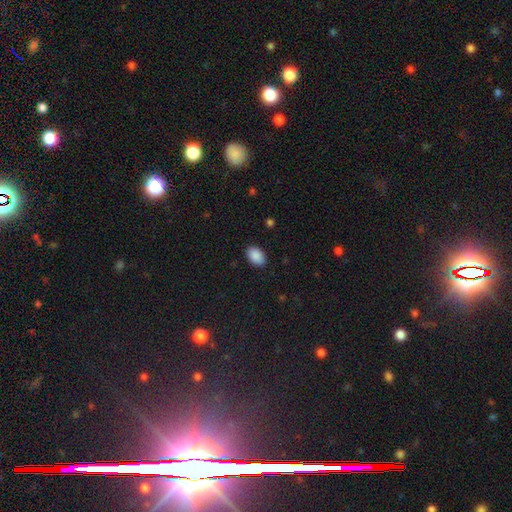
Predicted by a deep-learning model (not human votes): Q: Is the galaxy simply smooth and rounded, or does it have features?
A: smooth — 90%.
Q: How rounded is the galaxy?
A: in between — 87%.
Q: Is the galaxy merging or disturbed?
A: none — 88%.